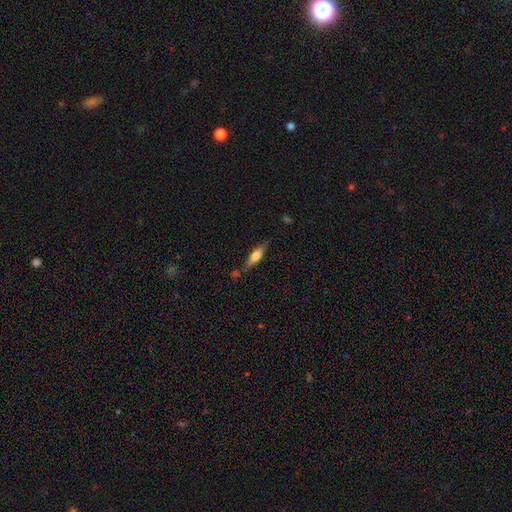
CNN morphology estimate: Smooth or featured? Predicted: smooth (p=0.53). How rounded? Predicted: cigar-shaped (p=0.66). Merging? Predicted: none (p=0.72).